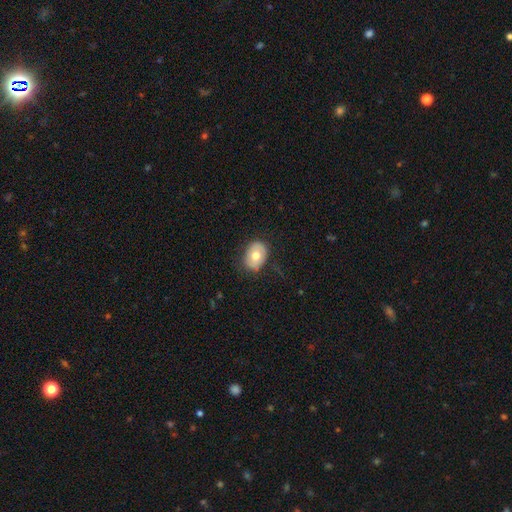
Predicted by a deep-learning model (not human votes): A smooth galaxy with no disk features (67%) that is in between round and cigar-shaped (62%).

Vote fractions:
- Smooth or featured? smooth: 67% / featured or disk: 26% / star or artifact: 7%
- How rounded? in between: 62% / round: 37% / cigar-shaped: 1%
- Merging? none: 77% / minor disturbance: 17% / major disturbance: 5% / merger: 1%